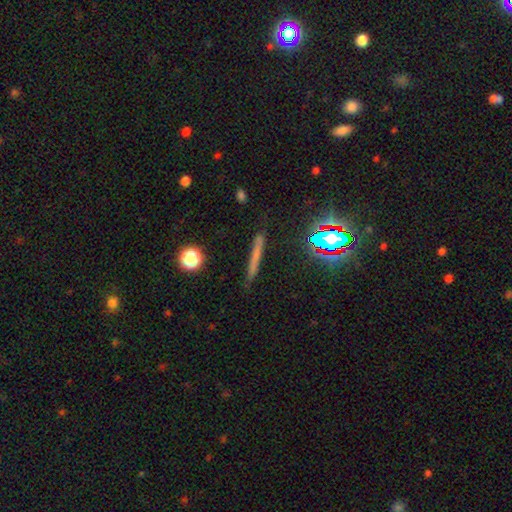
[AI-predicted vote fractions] A smooth galaxy with no disk features (55%) that is cigar-shaped (91%).

Vote fractions:
- Smooth or featured? smooth: 55% / featured or disk: 28% / star or artifact: 18%
- How rounded? cigar-shaped: 91% / round: 5% / in between: 4%
- Merging? none: 83% / minor disturbance: 12% / major disturbance: 3% / merger: 2%